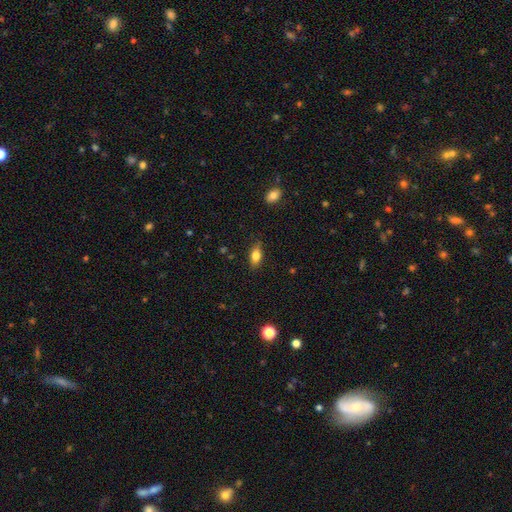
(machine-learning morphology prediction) smooth_or_featured: smooth (p=0.78) [alt: featured or disk p=0.14]
how_rounded: in between (p=0.85) [alt: cigar-shaped p=0.10]
merging: none (p=0.82) [alt: minor disturbance p=0.14]